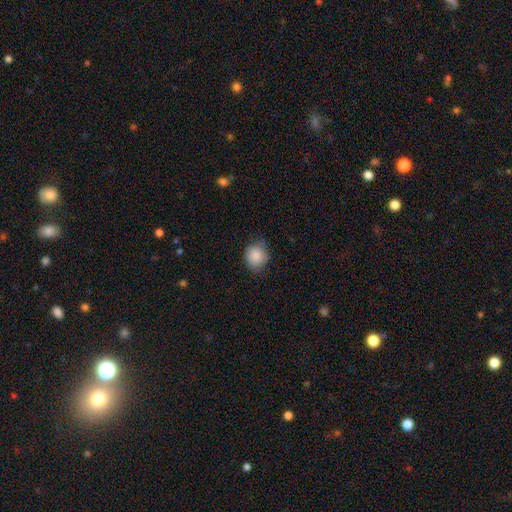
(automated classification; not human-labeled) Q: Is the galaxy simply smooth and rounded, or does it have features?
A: smooth — 87%.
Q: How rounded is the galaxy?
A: round — 78%.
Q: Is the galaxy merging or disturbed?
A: none — 69%.